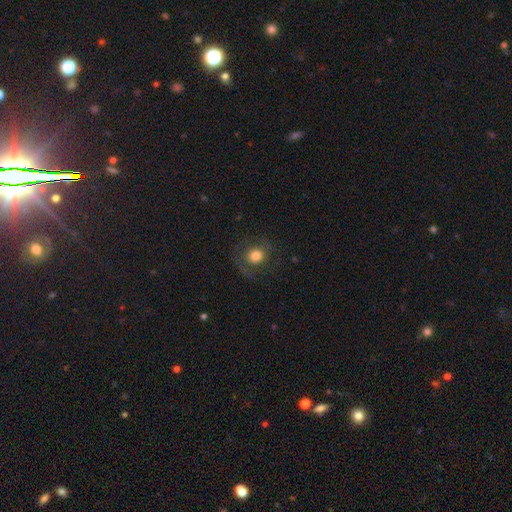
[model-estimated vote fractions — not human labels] smooth 64%, featured or disk 26%, star or artifact 10%. Down the decision tree: how rounded — round (83%); merging — none (75%).